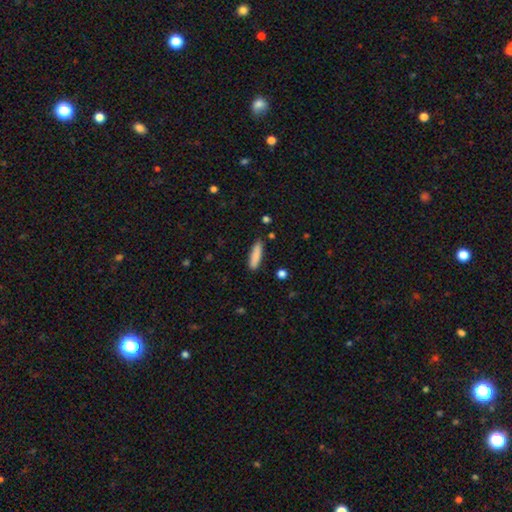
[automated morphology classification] Q: Smooth or featured?
A: smooth (87%); runner-up: featured or disk (7%)
Q: How rounded?
A: cigar-shaped (71%); runner-up: in between (27%)
Q: Merging?
A: none (86%); runner-up: minor disturbance (10%)